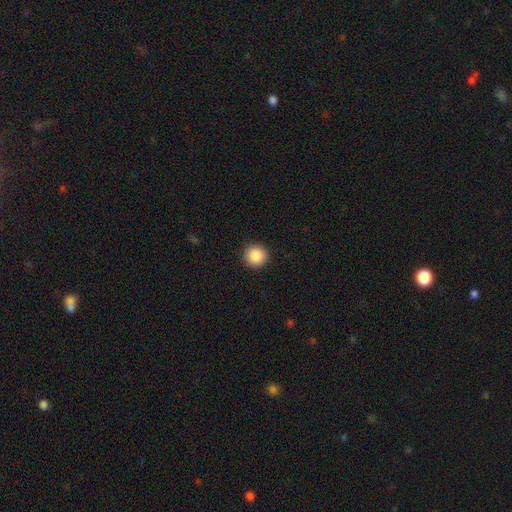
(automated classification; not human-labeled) A smooth galaxy with no disk features (87%) that is round (95%).

Vote fractions:
- Smooth or featured? smooth: 87% / star or artifact: 9% / featured or disk: 4%
- How rounded? round: 95% / in between: 4% / cigar-shaped: 1%
- Merging? none: 92% / minor disturbance: 5% / major disturbance: 2% / merger: 1%